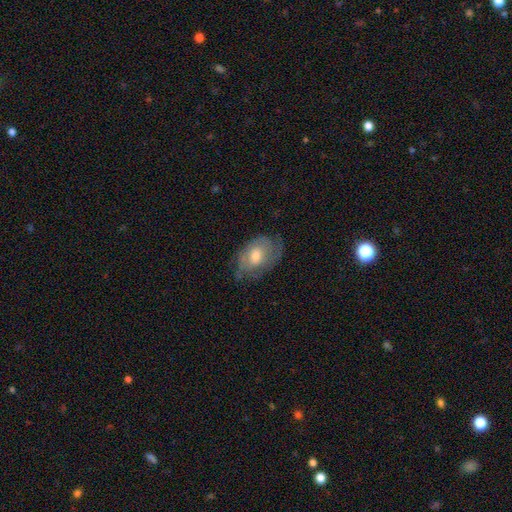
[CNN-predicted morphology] Q: Smooth or featured?
A: featured or disk (62%); runner-up: smooth (31%)
Q: Edge-on disk?
A: no (95%); runner-up: yes (5%)
Q: Bar?
A: no (67%); runner-up: weak (28%)
Q: Spiral arms?
A: yes (77%); runner-up: no (23%)
Q: Bulge size?
A: moderate (68%); runner-up: small (24%)
Q: Merging?
A: none (62%); runner-up: minor disturbance (25%)